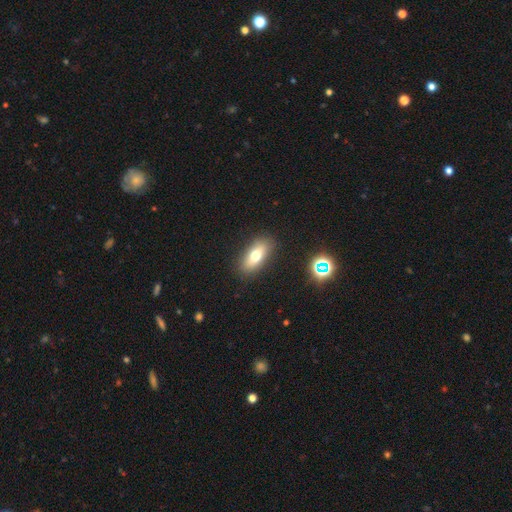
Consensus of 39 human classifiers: Smooth or featured: smooth — 59% (featured or disk — 31%)
How rounded: in between — 78% (cigar-shaped — 22%)
Merging: none — 89% (minor disturbance — 9%)